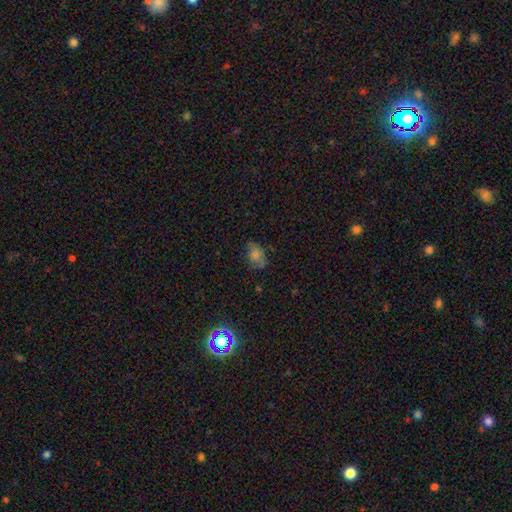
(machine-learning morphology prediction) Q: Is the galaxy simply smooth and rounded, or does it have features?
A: smooth — 58%.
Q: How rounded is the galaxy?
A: in between — 74%.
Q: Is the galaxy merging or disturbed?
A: none — 60%.